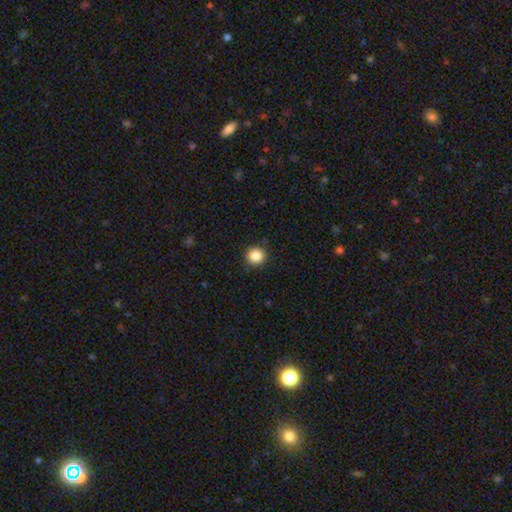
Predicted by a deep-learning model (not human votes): Morphology: type=smooth (86%); roundness=round (92%); merging=none (91%).